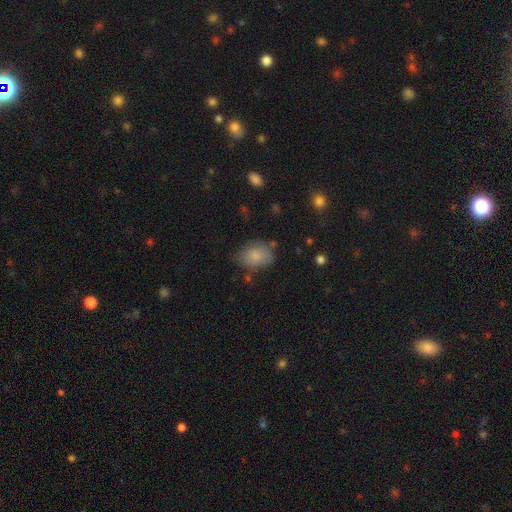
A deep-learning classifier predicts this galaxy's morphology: Smooth or featured? smooth (82%)
How rounded? in between (77%)
Merging? none (64%)